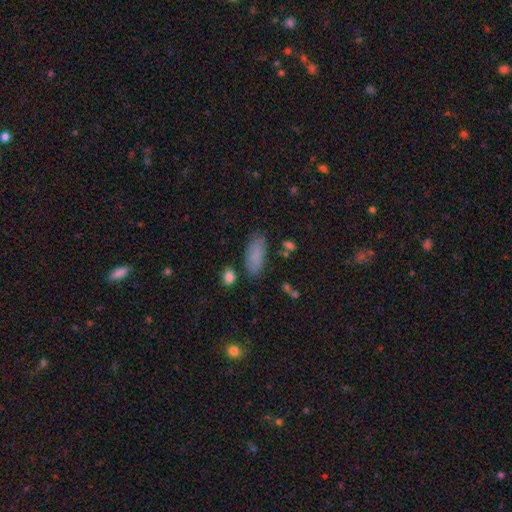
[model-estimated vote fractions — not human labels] Smooth or featured?
  - smooth: 85% *
  - star or artifact: 9%
  - featured or disk: 7%
How rounded?
  - in between: 81% *
  - cigar-shaped: 16%
  - round: 2%
Merging?
  - none: 79% *
  - minor disturbance: 14%
  - major disturbance: 4%
  - merger: 4%